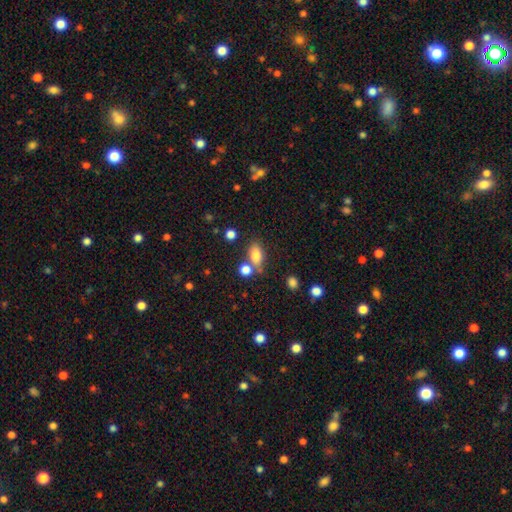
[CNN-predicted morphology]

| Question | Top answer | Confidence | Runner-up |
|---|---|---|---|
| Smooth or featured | smooth | 79% | star or artifact (11%) |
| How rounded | in between | 82% | round (13%) |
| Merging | none | 62% | merger (20%) |